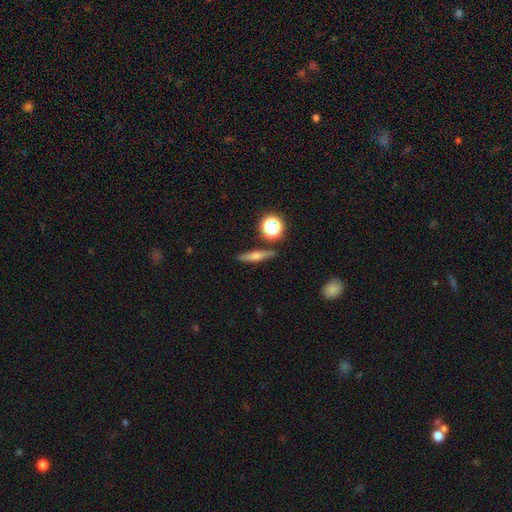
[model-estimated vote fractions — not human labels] Morphology: type=featured or disk (45%); merging=none (86%).